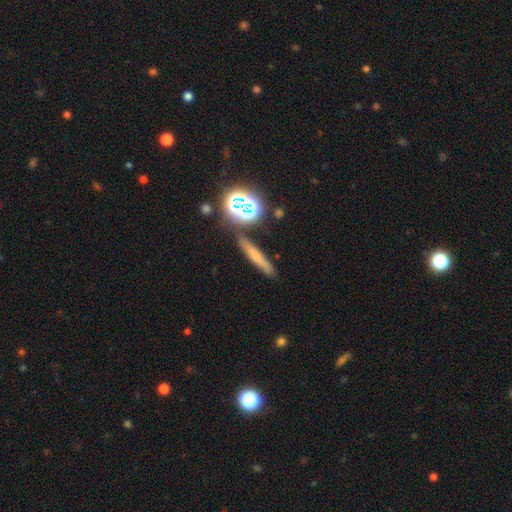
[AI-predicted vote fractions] smooth-or-featured: smooth: 52% | featured or disk: 27% | star or artifact: 21%
  how-rounded: cigar-shaped: 80% | round: 11% | in between: 9%
  merging: none: 84% | minor disturbance: 9% | merger: 4% | major disturbance: 3%